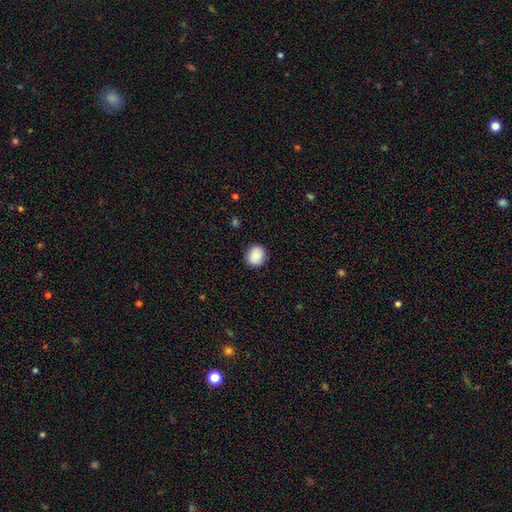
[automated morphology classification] Smooth or featured? Predicted: smooth (p=0.88). How rounded? Predicted: round (p=0.80). Merging? Predicted: none (p=0.89).